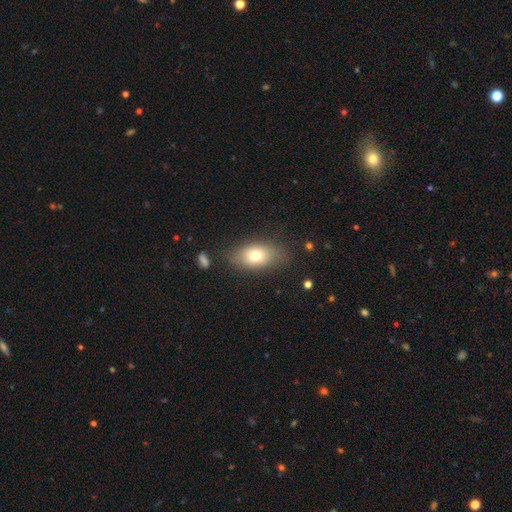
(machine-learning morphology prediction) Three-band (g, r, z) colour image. It shows a smooth galaxy with no disk features (72%) that is in between round and cigar-shaped (82%). Merging: none (74%).